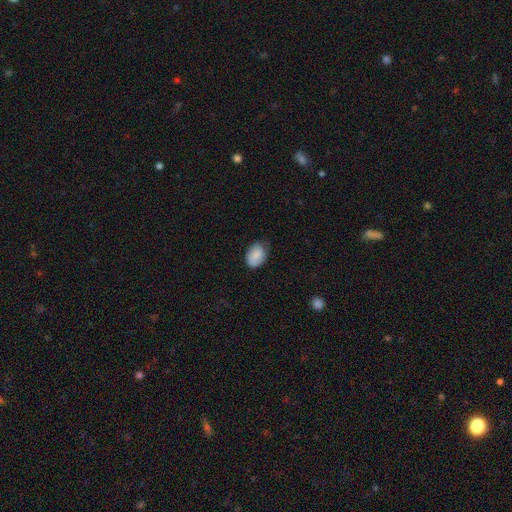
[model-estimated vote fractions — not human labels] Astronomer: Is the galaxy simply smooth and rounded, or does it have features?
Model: smooth — 85%.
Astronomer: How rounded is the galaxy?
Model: in between — 79%.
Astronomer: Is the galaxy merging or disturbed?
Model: none — 64%.